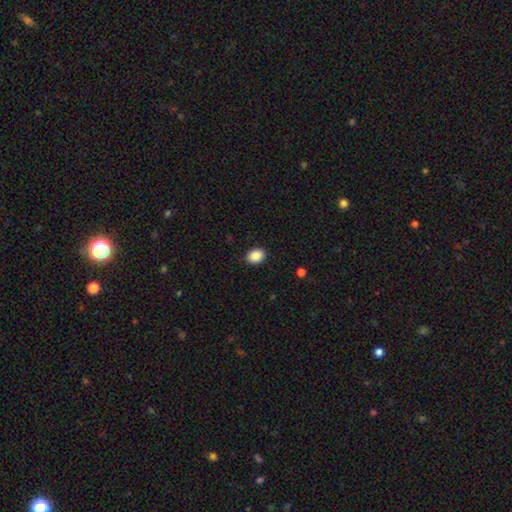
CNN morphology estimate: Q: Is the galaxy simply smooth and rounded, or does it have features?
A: smooth — 88%.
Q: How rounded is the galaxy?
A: in between — 63%.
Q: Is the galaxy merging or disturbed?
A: none — 90%.